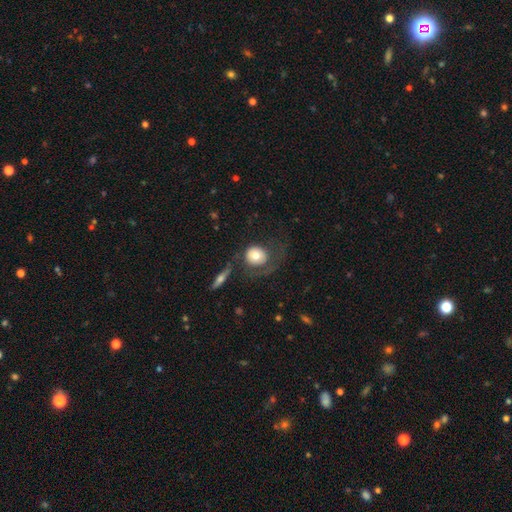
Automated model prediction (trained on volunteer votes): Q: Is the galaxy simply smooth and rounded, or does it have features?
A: smooth — 70%.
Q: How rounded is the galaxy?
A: round — 79%.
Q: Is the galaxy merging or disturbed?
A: major disturbance — 39%.